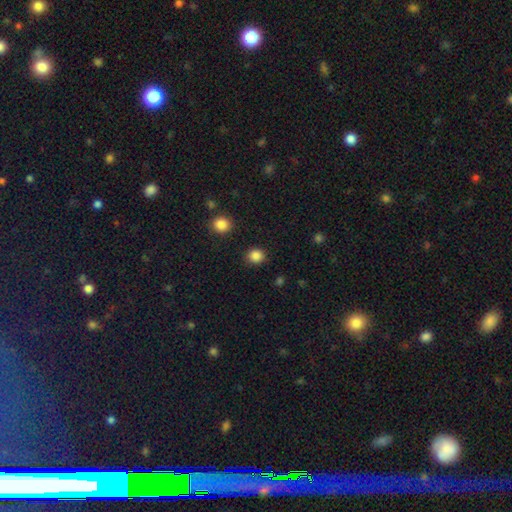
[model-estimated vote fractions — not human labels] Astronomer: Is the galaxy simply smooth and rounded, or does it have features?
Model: smooth — 86%.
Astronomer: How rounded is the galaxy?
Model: round — 85%.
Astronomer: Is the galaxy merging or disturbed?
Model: none — 89%.